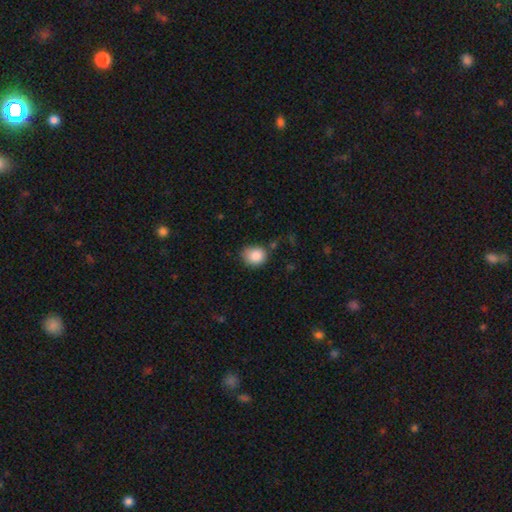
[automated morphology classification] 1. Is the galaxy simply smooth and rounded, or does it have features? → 86% smooth, 9% star or artifact, 5% featured or disk.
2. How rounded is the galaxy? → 73% round, 26% in between, 1% cigar-shaped.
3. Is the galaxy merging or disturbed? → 67% none, 24% minor disturbance, 5% major disturbance, 4% merger.